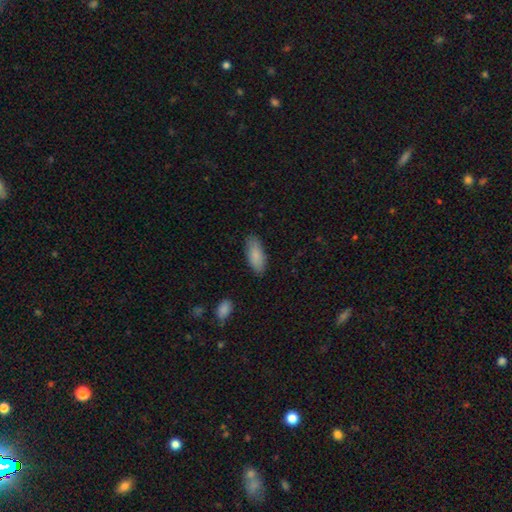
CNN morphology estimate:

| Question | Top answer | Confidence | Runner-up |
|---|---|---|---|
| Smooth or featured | smooth | 86% | featured or disk (8%) |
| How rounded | in between | 83% | cigar-shaped (15%) |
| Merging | none | 85% | minor disturbance (12%) |